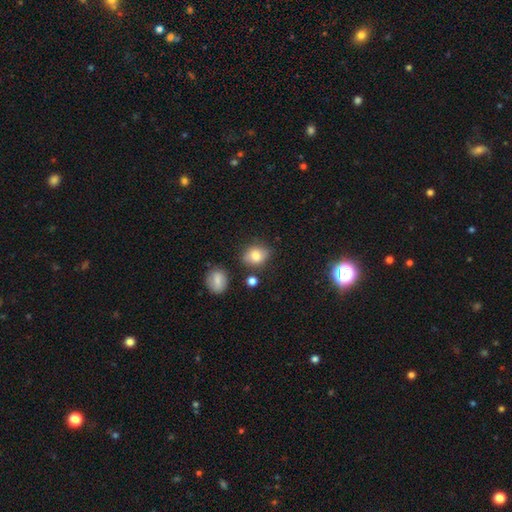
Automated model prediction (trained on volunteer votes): Overall: smooth (77%). How rounded: round (51%; in between 48%). Merging: none (76%).